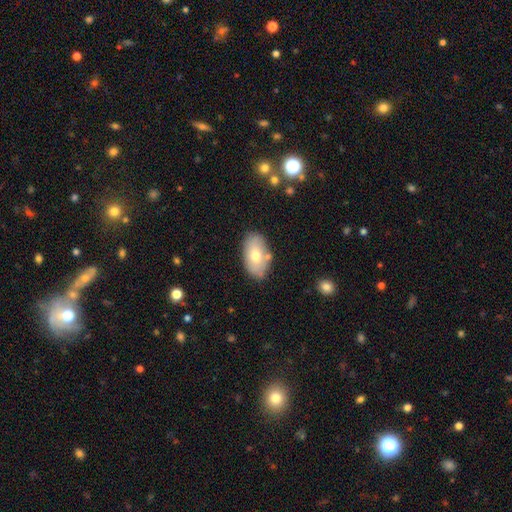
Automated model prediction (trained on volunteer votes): Smooth or featured? Predicted: smooth (p=0.67). How rounded? Predicted: in between (p=0.93). Merging? Predicted: none (p=0.74).